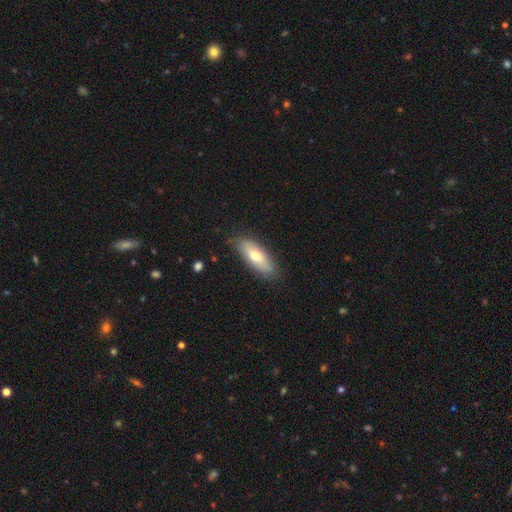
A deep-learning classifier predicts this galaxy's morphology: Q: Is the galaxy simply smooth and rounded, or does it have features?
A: smooth — 63%.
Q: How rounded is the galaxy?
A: in between — 73%.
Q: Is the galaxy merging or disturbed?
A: none — 82%.